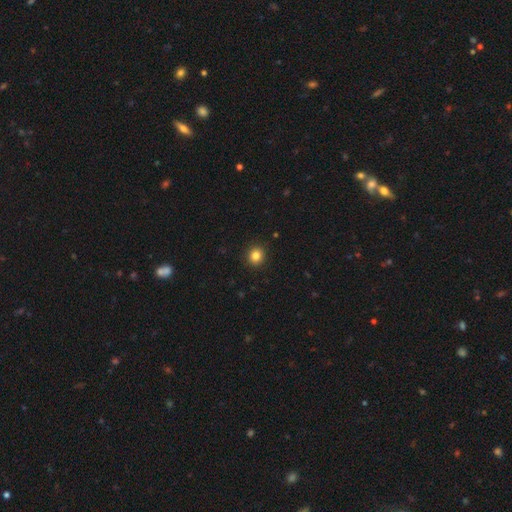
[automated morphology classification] smooth 84%, star or artifact 12%, featured or disk 5%. Down the decision tree: how rounded — round (90%); merging — none (92%).